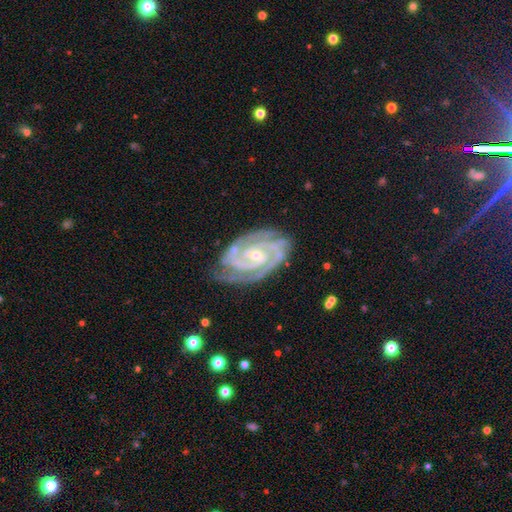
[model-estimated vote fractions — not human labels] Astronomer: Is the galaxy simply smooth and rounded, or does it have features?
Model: featured or disk — 93%.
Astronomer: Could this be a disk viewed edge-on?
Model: no — 97%.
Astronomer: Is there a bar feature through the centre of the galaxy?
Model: no — 57%.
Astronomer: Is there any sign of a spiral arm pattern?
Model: yes — 99%.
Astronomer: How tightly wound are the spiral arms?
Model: tight — 74%.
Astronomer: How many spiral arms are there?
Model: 2 — 54%.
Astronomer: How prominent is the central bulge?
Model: small — 75%.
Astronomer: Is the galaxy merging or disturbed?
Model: none — 73%.